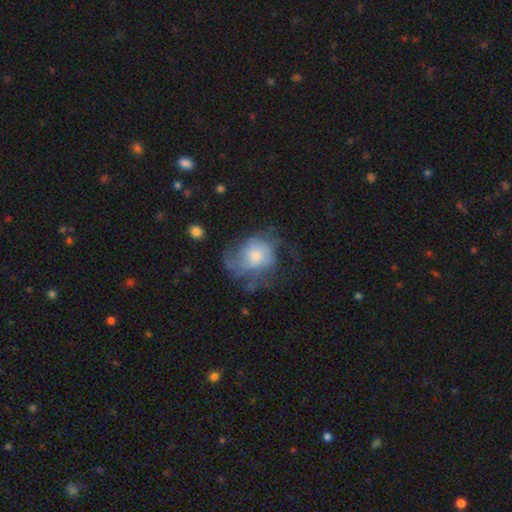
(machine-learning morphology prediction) Smooth or featured: featured or disk — 53% (smooth — 38%)
Edge-on disk: no — 97% (yes — 3%)
Bar: no — 79% (weak — 19%)
Spiral arms: yes — 71% (no — 29%)
Bulge size: moderate — 45% (small — 34%)
Merging: none — 43% (major disturbance — 30%)